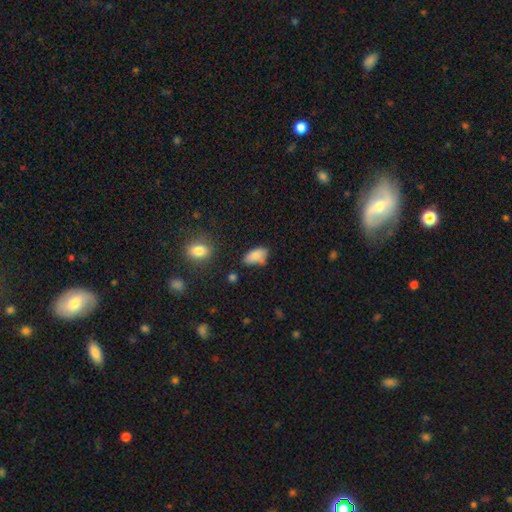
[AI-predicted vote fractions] A smooth galaxy with no disk features (82%) that is in between round and cigar-shaped (91%).

Vote fractions:
- Smooth or featured? smooth: 82% / featured or disk: 9% / star or artifact: 8%
- How rounded? in between: 91% / cigar-shaped: 4% / round: 4%
- Merging? none: 56% / minor disturbance: 29% / merger: 8% / major disturbance: 7%